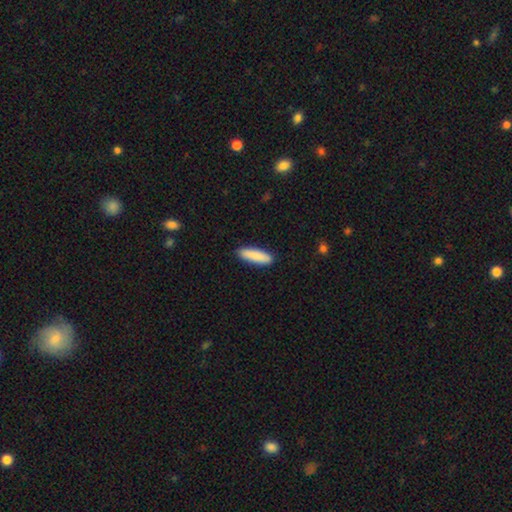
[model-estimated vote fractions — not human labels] Smooth or featured? smooth (88%)
How rounded? cigar-shaped (62%)
Merging? none (89%)